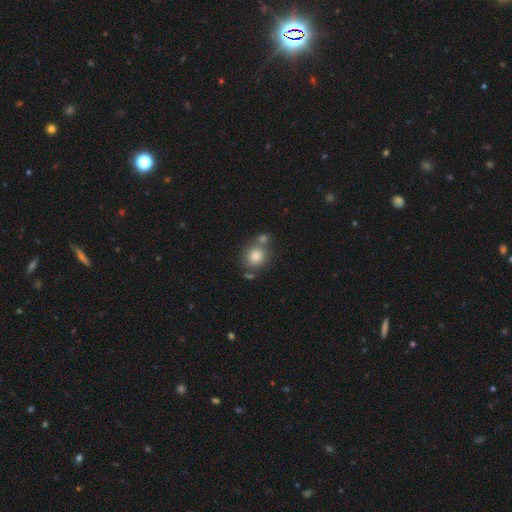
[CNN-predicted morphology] smooth-or-featured: smooth: 82% | star or artifact: 10% | featured or disk: 8%
  how-rounded: round: 83% | in between: 16% | cigar-shaped: 1%
  merging: none: 60% | merger: 25% | minor disturbance: 11% | major disturbance: 4%